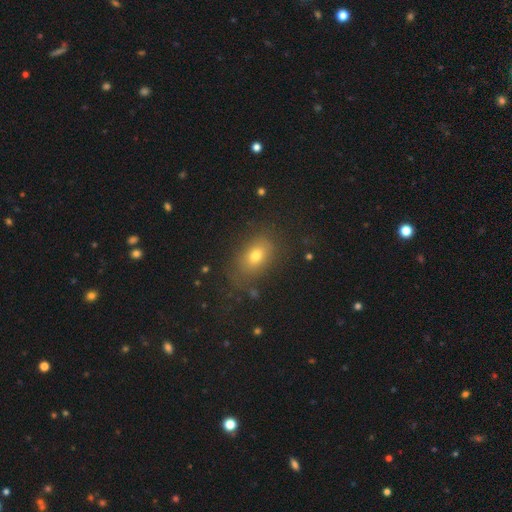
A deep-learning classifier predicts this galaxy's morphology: A smooth galaxy with no disk features (72%) that is in between round and cigar-shaped (80%). Merging: none (77%).